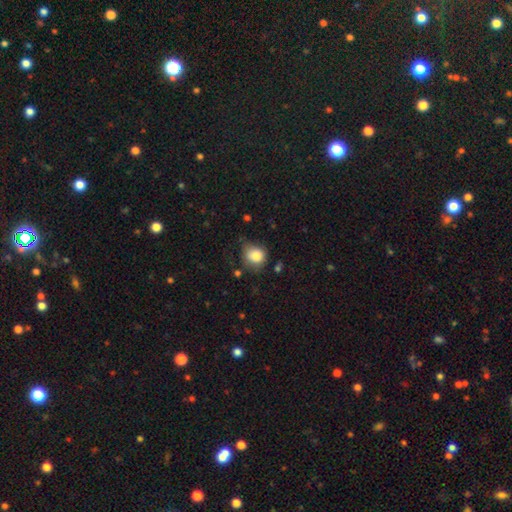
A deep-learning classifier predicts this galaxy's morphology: Overall: smooth (84%). How rounded: round (70%). Merging: none (59%; minor disturbance 29%).